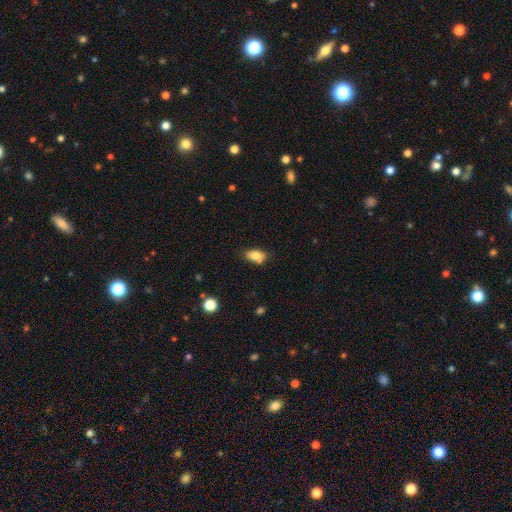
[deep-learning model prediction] Smooth or featured? Predicted: smooth (p=0.80). How rounded? Predicted: in between (p=0.89). Merging? Predicted: none (p=0.66).